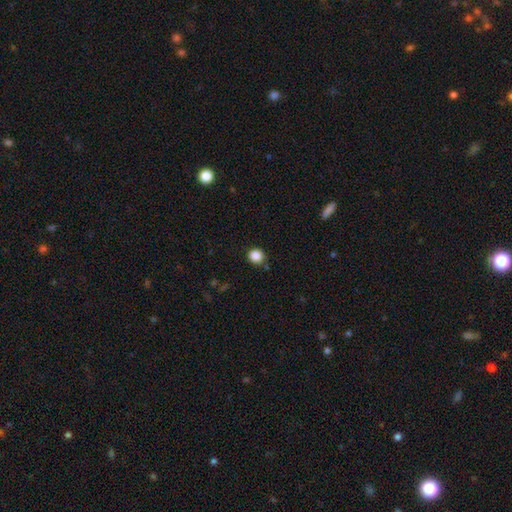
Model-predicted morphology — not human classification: The model was most divided on "smooth or featured": smooth: 86%, star or artifact: 11%, featured or disk: 3%. More confident: how rounded — round (90%); merging — none (86%).